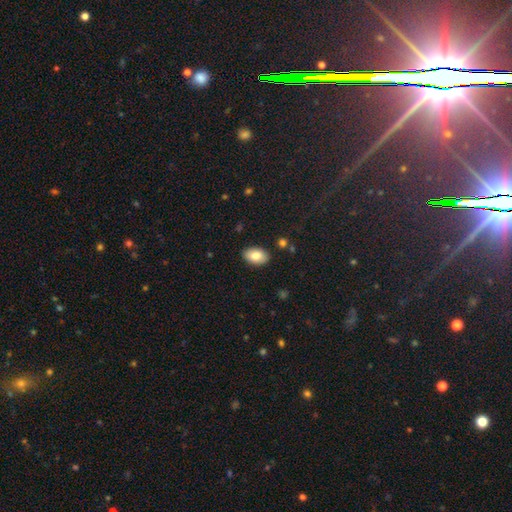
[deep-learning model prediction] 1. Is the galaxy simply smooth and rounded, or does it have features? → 82% smooth, 11% featured or disk, 7% star or artifact.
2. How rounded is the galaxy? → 90% in between, 9% round, 1% cigar-shaped.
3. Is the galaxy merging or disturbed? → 88% none, 9% minor disturbance, 2% major disturbance, 1% merger.